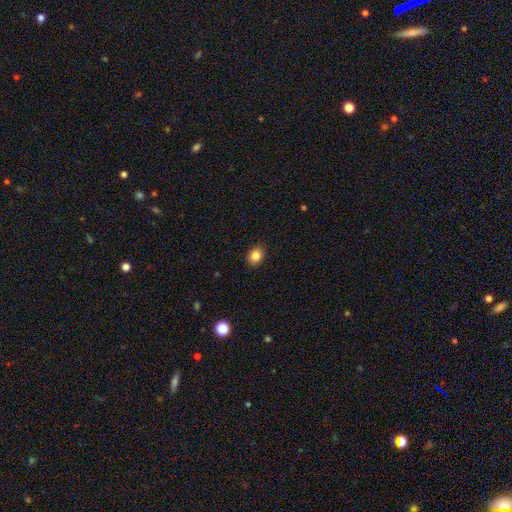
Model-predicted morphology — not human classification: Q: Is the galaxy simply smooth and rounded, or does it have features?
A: smooth — 84%.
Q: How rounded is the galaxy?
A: round — 51%.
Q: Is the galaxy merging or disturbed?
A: none — 90%.